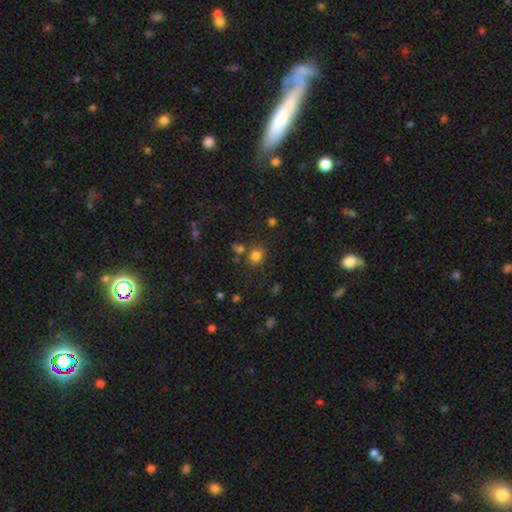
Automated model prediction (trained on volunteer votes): Smooth or featured? Predicted: smooth (p=0.79). How rounded? Predicted: round (p=0.85). Merging? Predicted: none (p=0.75).